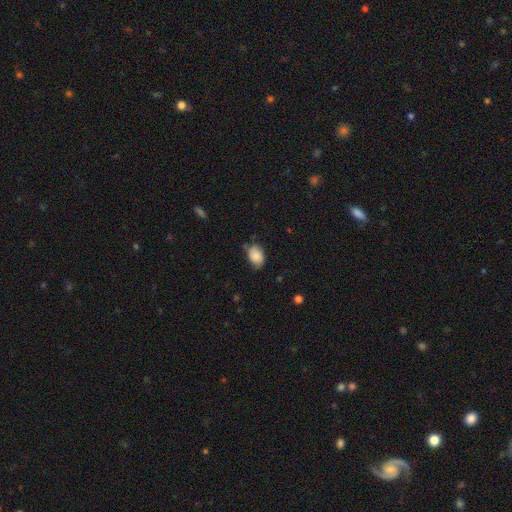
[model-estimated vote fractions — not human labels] Morphology: type=smooth (82%); roundness=in between (81%); merging=none (63%).